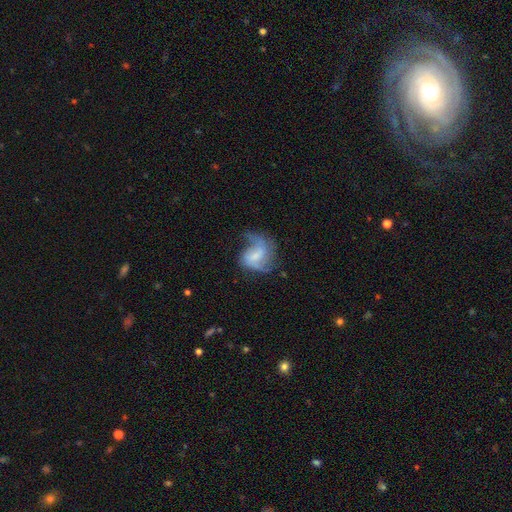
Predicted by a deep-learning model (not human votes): A featured or disk galaxy (66%) with a weak bar (49%), 2 (48%) loose (54%) spiral arms (86%) and a small central bulge (34%). Merging: none (37%).